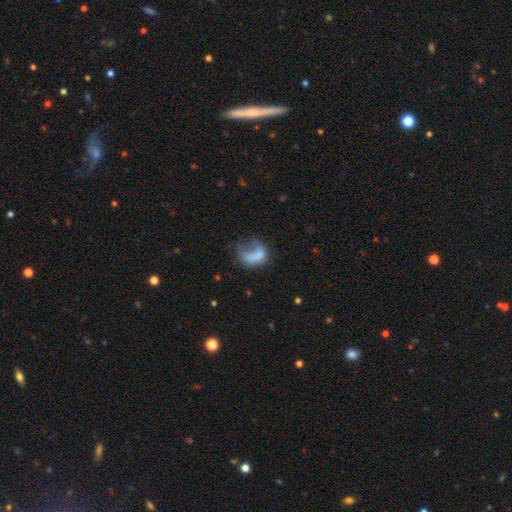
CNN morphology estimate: smooth_or_featured: smooth (p=0.59) [alt: featured or disk p=0.32]
how_rounded: in between (p=0.60) [alt: round p=0.37]
merging: major disturbance (p=0.51) [alt: none p=0.24]